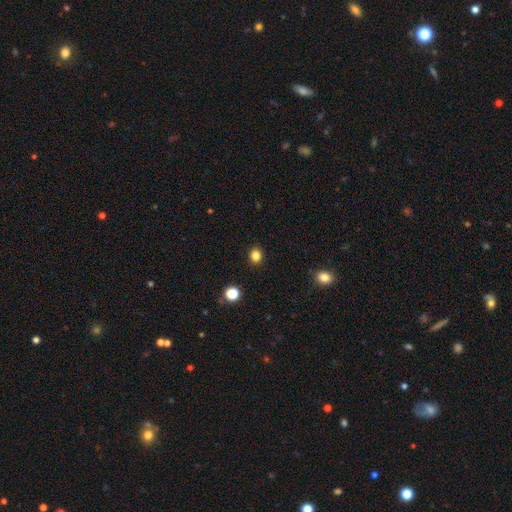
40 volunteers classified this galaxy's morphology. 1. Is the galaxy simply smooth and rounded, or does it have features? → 88% smooth, 10% star or artifact, 2% featured or disk.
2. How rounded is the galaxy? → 80% round, 20% in between, 0% cigar-shaped.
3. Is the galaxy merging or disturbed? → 78% none, 17% minor disturbance, 6% major disturbance, 0% merger.